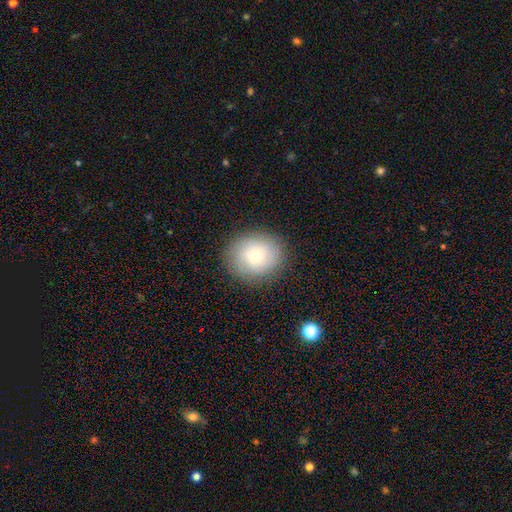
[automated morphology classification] smooth-or-featured: smooth: 62% | featured or disk: 27% | star or artifact: 11%
  how-rounded: round: 79% | in between: 20% | cigar-shaped: 1%
  merging: none: 86% | minor disturbance: 9% | major disturbance: 3% | merger: 1%